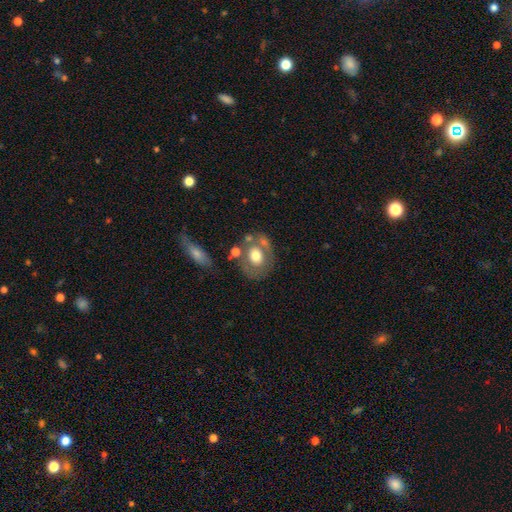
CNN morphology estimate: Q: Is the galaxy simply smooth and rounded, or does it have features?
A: smooth — 55%.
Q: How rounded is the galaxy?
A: round — 53%.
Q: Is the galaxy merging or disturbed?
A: none — 62%.